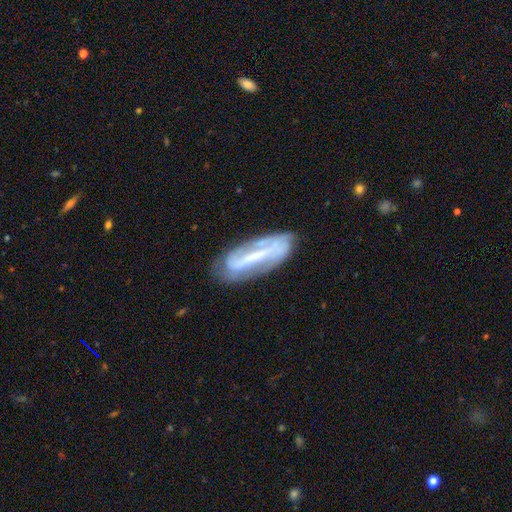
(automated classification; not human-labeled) Smooth or featured? featured or disk (68%)
Edge-on disk? no (81%)
Bar? strong (67%)
Spiral arms? yes (65%)
Bulge size? small (40%)
Merging? none (69%)